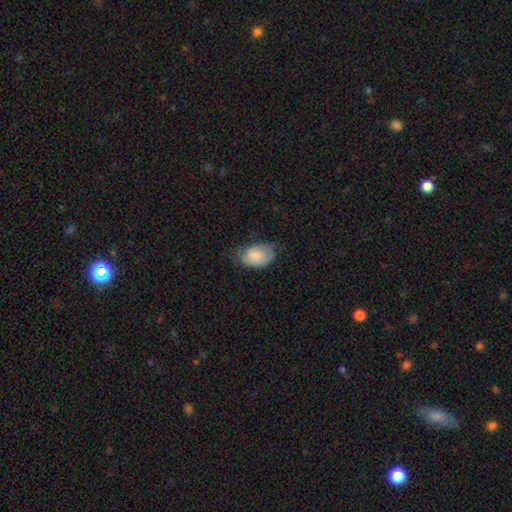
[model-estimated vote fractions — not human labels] Overall: smooth (77%). How rounded: in between (88%). Merging: none (51%; minor disturbance 36%).